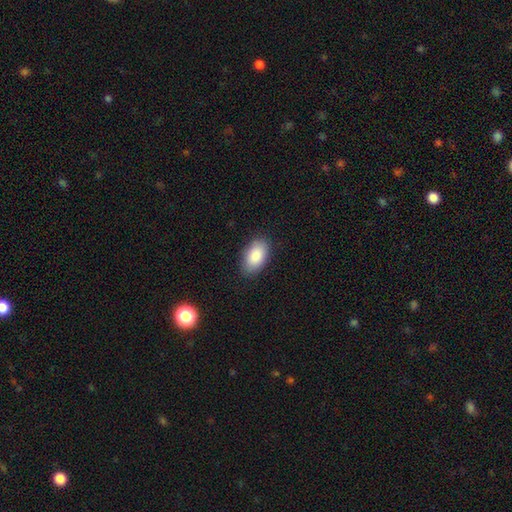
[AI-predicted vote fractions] smooth-or-featured: smooth: 88% | star or artifact: 6% | featured or disk: 6%
  how-rounded: in between: 95% | round: 4% | cigar-shaped: 2%
  merging: none: 87% | minor disturbance: 10% | major disturbance: 2% | merger: 1%